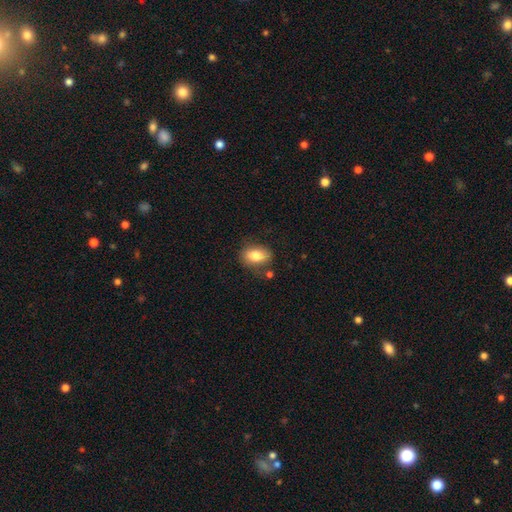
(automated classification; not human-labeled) A smooth galaxy with no disk features (80%) that is in between round and cigar-shaped (84%).

Vote fractions:
- Smooth or featured? smooth: 80% / featured or disk: 12% / star or artifact: 8%
- How rounded? in between: 84% / round: 14% / cigar-shaped: 2%
- Merging? none: 72% / minor disturbance: 17% / merger: 6% / major disturbance: 5%